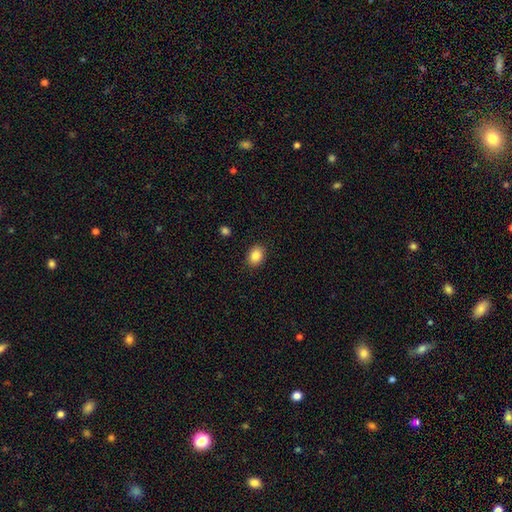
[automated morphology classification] Smooth or featured? Predicted: smooth (p=0.86). How rounded? Predicted: in between (p=0.64). Merging? Predicted: none (p=0.89).